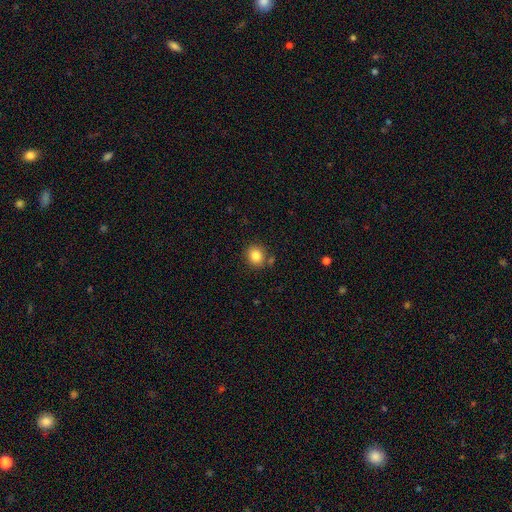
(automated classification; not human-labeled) Smooth or featured? Predicted: smooth (p=0.84). How rounded? Predicted: round (p=0.80). Merging? Predicted: none (p=0.80).